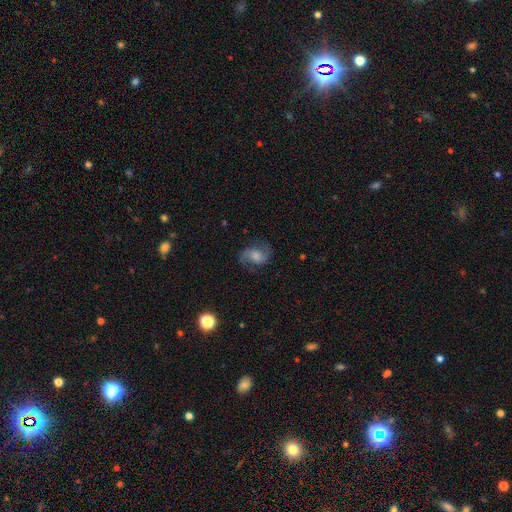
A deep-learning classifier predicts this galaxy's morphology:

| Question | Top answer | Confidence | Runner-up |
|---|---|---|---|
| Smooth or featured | featured or disk | 71% | smooth (21%) |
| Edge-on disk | no | 97% | yes (3%) |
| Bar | no | 50% | weak (40%) |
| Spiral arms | yes | 94% | no (6%) |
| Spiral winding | medium | 47% | loose (42%) |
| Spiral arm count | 2 | 90% | can't tell (4%) |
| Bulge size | moderate | 38% | small (25%) |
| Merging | none | 72% | minor disturbance (16%) |